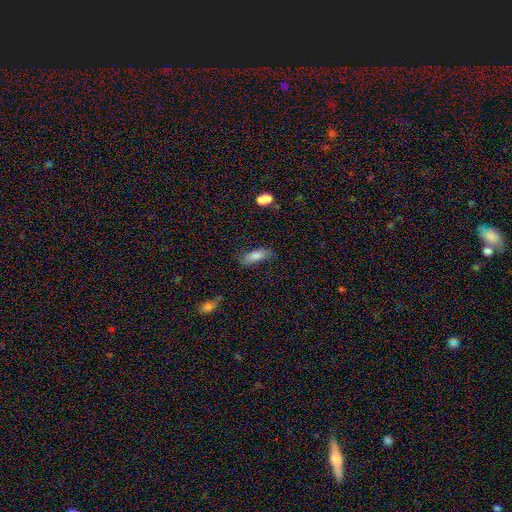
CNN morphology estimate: Smooth or featured? Predicted: smooth (p=0.76). How rounded? Predicted: in between (p=0.66). Merging? Predicted: none (p=0.72).